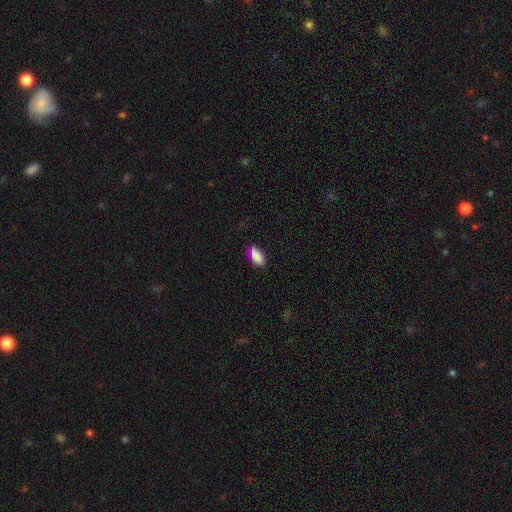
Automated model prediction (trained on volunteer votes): A smooth galaxy with no disk features (86%) that is in between round and cigar-shaped (91%).

Vote fractions:
- Smooth or featured? smooth: 86% / star or artifact: 8% / featured or disk: 6%
- How rounded? in between: 91% / cigar-shaped: 6% / round: 3%
- Merging? none: 72% / minor disturbance: 21% / major disturbance: 4% / merger: 3%